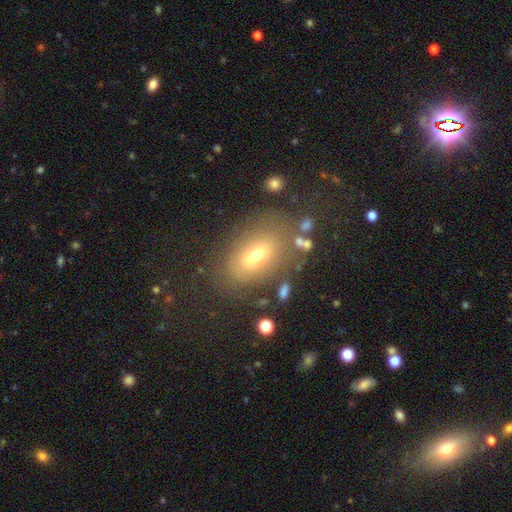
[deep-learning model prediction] smooth 52%, featured or disk 33%, star or artifact 15%. Down the decision tree: how rounded — in between (85%); merging — none (71%).